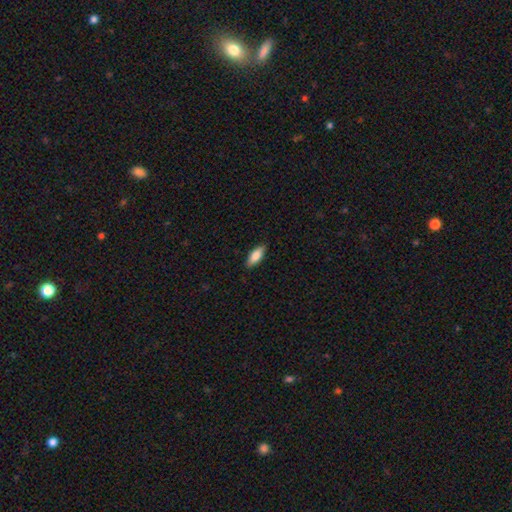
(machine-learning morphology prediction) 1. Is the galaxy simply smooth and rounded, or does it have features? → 82% smooth, 12% featured or disk, 6% star or artifact.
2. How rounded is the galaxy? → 76% in between, 22% cigar-shaped, 2% round.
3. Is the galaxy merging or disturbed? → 88% none, 9% minor disturbance, 2% major disturbance, 1% merger.